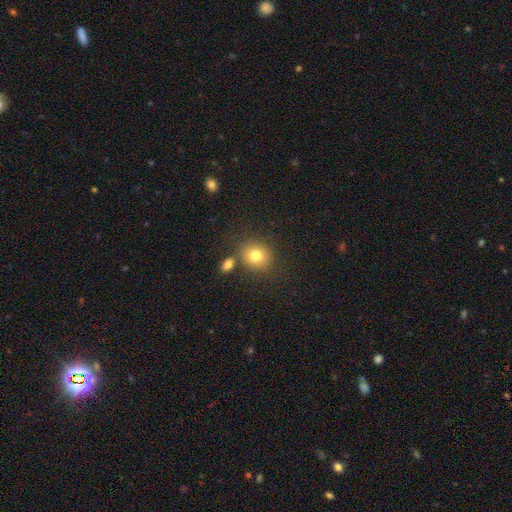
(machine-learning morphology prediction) Overall: smooth (78%). How rounded: round (76%). Merging: none (72%).